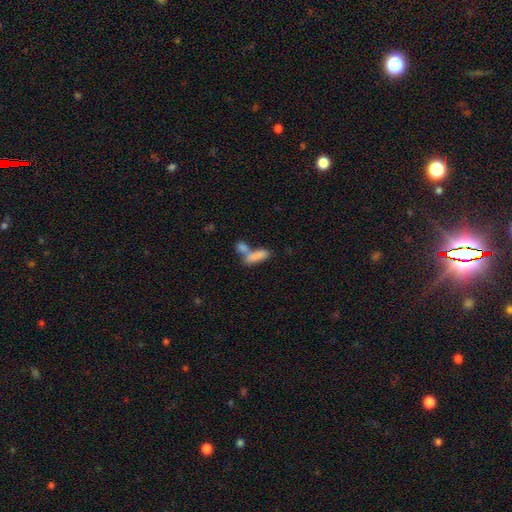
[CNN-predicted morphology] Q: Smooth or featured?
A: smooth (80%); runner-up: featured or disk (12%)
Q: How rounded?
A: in between (57%); runner-up: cigar-shaped (39%)
Q: Merging?
A: merger (55%); runner-up: none (31%)